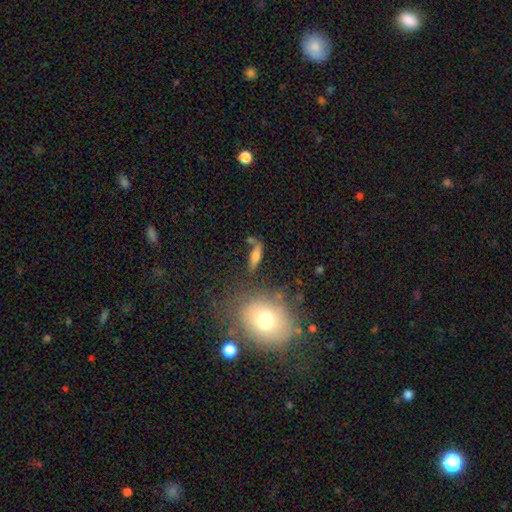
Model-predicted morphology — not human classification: Smooth or featured? smooth (63%)
How rounded? cigar-shaped (53%)
Merging? none (59%)